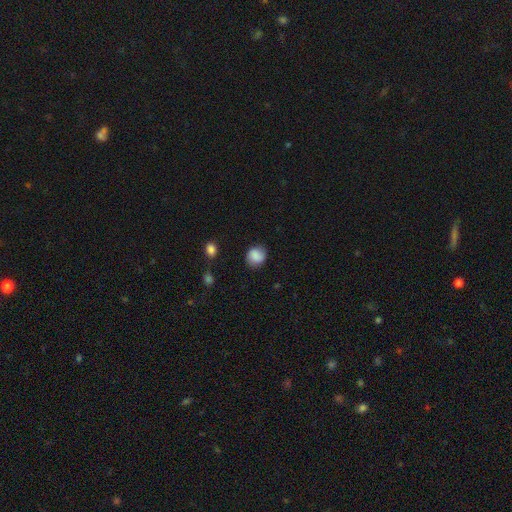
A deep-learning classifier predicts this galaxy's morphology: smooth-or-featured: smooth: 80% | featured or disk: 11% | star or artifact: 9%
  how-rounded: round: 80% | in between: 19% | cigar-shaped: 1%
  merging: none: 80% | minor disturbance: 15% | major disturbance: 4% | merger: 2%